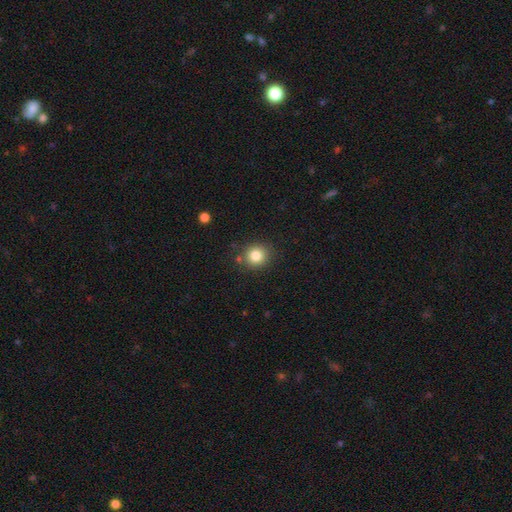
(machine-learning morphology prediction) Smooth or featured?
  - smooth: 82% *
  - star or artifact: 11%
  - featured or disk: 7%
How rounded?
  - round: 87% *
  - in between: 12%
  - cigar-shaped: 1%
Merging?
  - none: 83% *
  - minor disturbance: 10%
  - merger: 4%
  - major disturbance: 3%